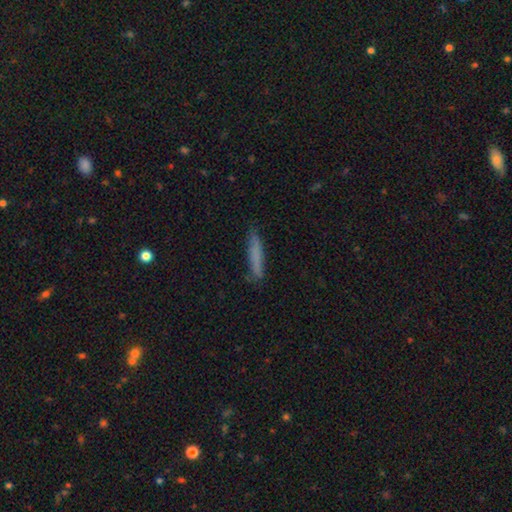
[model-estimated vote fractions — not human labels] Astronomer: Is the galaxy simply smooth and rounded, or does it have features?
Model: smooth — 74%.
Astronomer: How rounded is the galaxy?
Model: cigar-shaped — 93%.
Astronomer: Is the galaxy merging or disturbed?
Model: none — 83%.